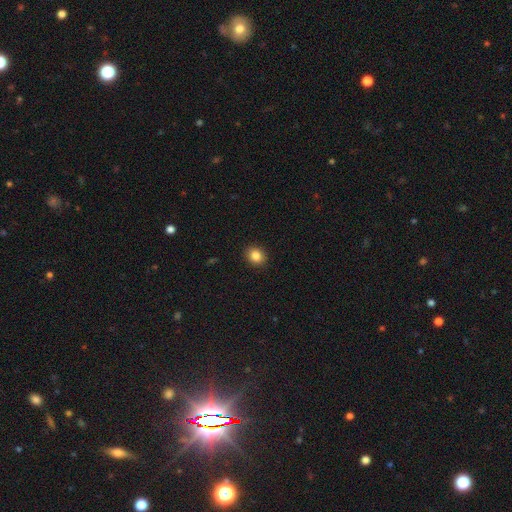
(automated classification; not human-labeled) Overall: smooth (85%). How rounded: round (67%; in between 32%). Merging: none (91%).